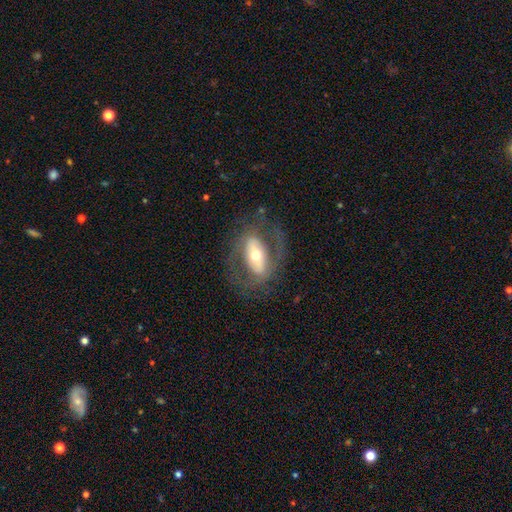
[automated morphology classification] featured or disk 65%, smooth 28%, star or artifact 6%. Down the decision tree: edge-on disk — no (87%); bar — strong (46%); spiral arms — no (54%); bulge size — moderate (63%); merging — none (68%).